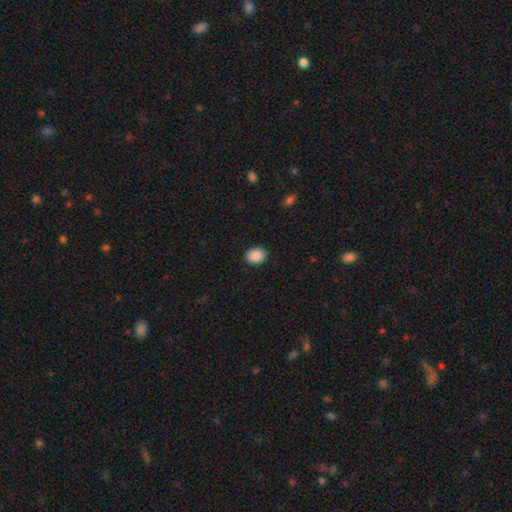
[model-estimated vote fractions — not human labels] Smooth or featured: smooth — 89% (star or artifact — 8%)
How rounded: in between — 51% (round — 48%)
Merging: none — 90% (minor disturbance — 7%)